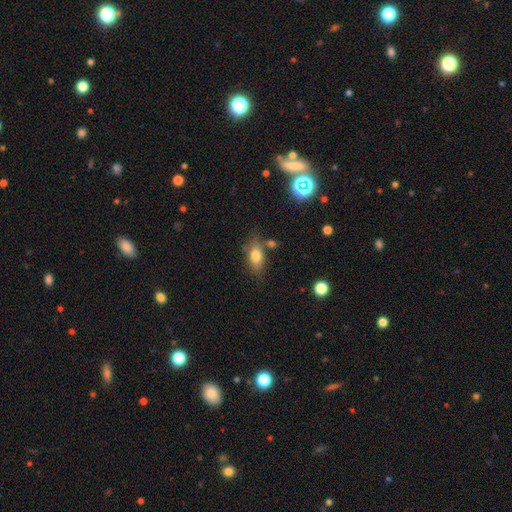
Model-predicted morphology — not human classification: Smooth or featured: smooth — 76% (featured or disk — 14%)
How rounded: in between — 85% (round — 9%)
Merging: none — 67% (minor disturbance — 18%)